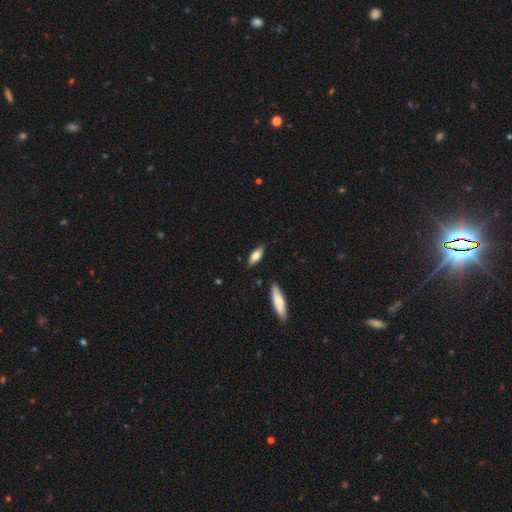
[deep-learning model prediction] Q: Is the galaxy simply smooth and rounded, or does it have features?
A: smooth — 68%.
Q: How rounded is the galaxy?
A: in between — 63%.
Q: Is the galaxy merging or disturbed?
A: none — 85%.